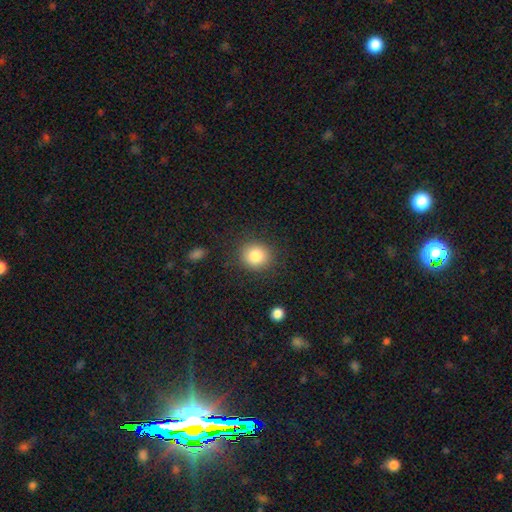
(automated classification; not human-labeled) smooth-or-featured: smooth: 83% | star or artifact: 10% | featured or disk: 7%
  how-rounded: round: 84% | in between: 15% | cigar-shaped: 1%
  merging: none: 87% | minor disturbance: 9% | major disturbance: 3% | merger: 1%